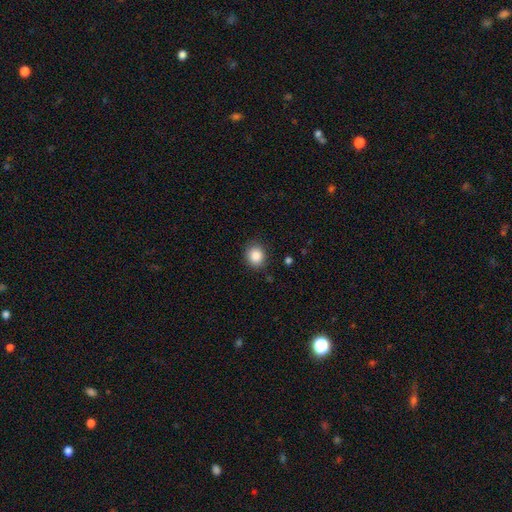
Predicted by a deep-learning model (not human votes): This appears to be a smooth galaxy with no disk features (86%) that is round (77%). Merging: none (87%).